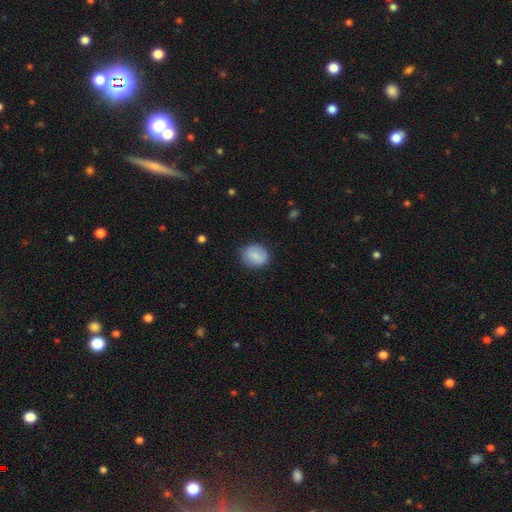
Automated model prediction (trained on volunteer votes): This is clearly a smooth galaxy (81%). How rounded: likely round (64%). Merging: clearly none (83%).